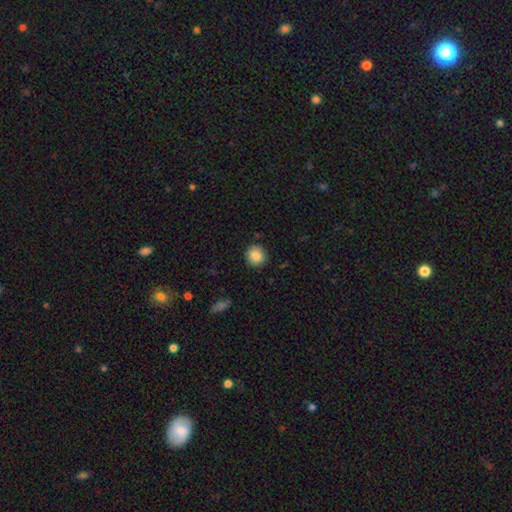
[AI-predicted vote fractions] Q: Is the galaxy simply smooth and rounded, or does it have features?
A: smooth — 87%.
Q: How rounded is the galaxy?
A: round — 89%.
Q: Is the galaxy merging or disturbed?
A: none — 90%.